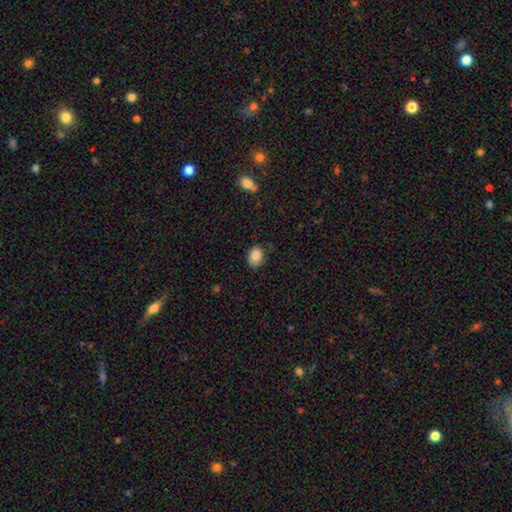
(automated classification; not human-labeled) Smooth or featured? Predicted: smooth (p=0.87). How rounded? Predicted: in between (p=0.69). Merging? Predicted: none (p=0.77).